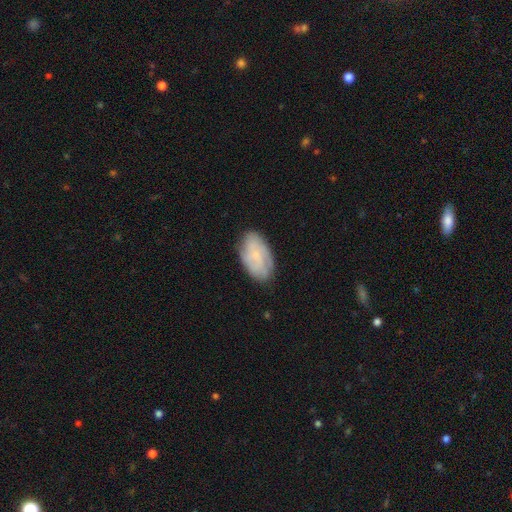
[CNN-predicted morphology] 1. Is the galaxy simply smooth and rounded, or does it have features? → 51% smooth, 41% featured or disk, 8% star or artifact.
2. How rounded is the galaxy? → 93% in between, 5% round, 2% cigar-shaped.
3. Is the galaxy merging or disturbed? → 78% none, 17% minor disturbance, 4% major disturbance, 1% merger.